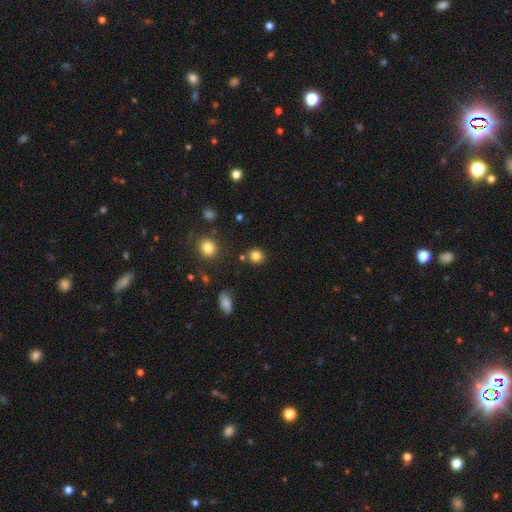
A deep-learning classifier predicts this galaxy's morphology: Smooth or featured?
  - smooth: 82% *
  - star or artifact: 13%
  - featured or disk: 5%
How rounded?
  - round: 84% *
  - in between: 15%
  - cigar-shaped: 1%
Merging?
  - none: 85% *
  - minor disturbance: 8%
  - merger: 5%
  - major disturbance: 3%